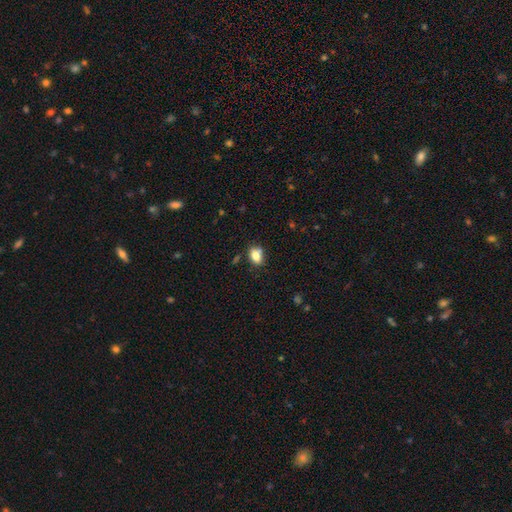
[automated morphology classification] Smooth or featured: smooth — 80% (featured or disk — 10%)
How rounded: in between — 73% (round — 25%)
Merging: none — 70% (minor disturbance — 18%)